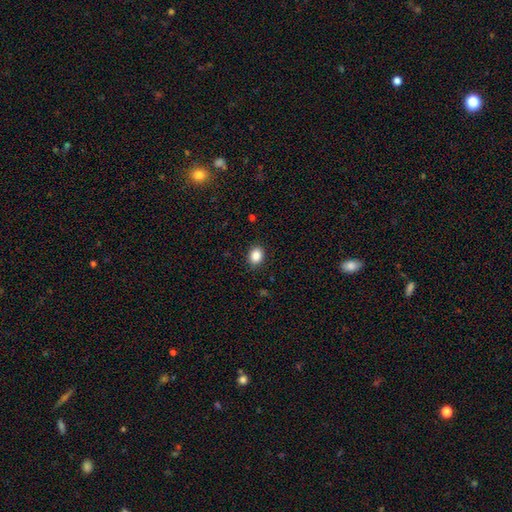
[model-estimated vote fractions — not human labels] smooth 87%, star or artifact 9%, featured or disk 4%. Down the decision tree: how rounded — in between (54%); merging — none (89%).